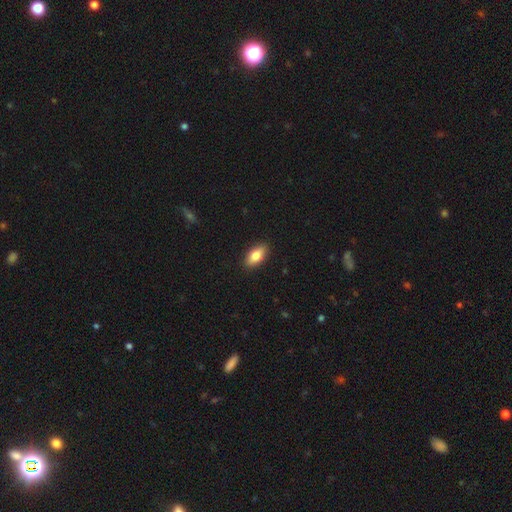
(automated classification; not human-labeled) A smooth galaxy with no disk features (83%) that is in between round and cigar-shaped (88%).

Vote fractions:
- Smooth or featured? smooth: 83% / featured or disk: 11% / star or artifact: 7%
- How rounded? in between: 88% / cigar-shaped: 8% / round: 3%
- Merging? none: 89% / minor disturbance: 8% / major disturbance: 2% / merger: 1%